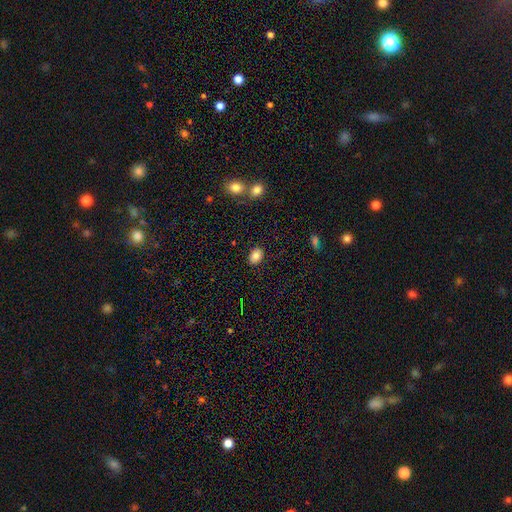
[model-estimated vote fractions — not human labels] Smooth or featured? Predicted: smooth (p=0.81). How rounded? Predicted: in between (p=0.73). Merging? Predicted: none (p=0.85).